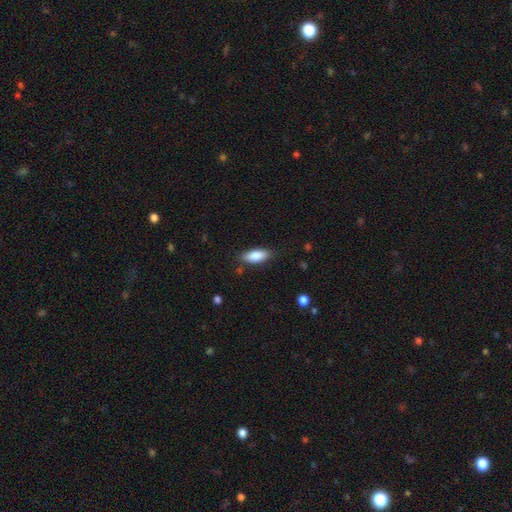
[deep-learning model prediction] Q: Smooth or featured?
A: smooth (86%); runner-up: featured or disk (7%)
Q: How rounded?
A: in between (80%); runner-up: cigar-shaped (18%)
Q: Merging?
A: none (81%); runner-up: minor disturbance (14%)